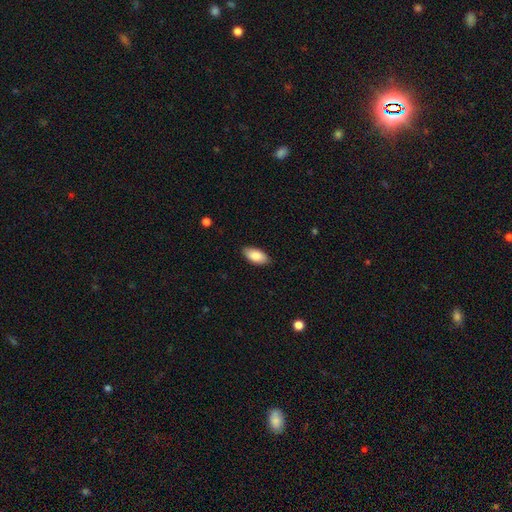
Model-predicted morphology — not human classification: This is clearly a smooth galaxy (87%). How rounded: clearly in between (93%). Merging: clearly none (87%).